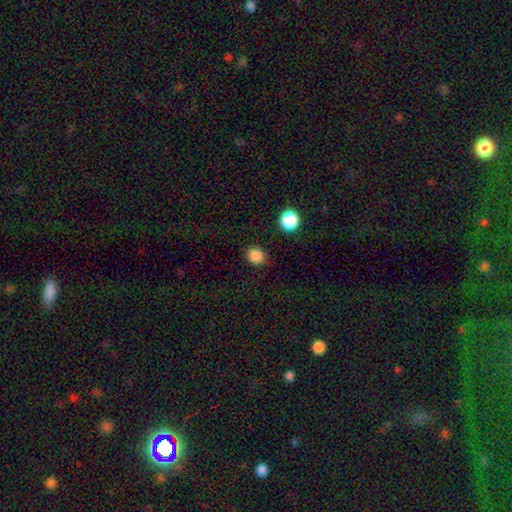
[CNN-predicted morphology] Smooth or featured? Predicted: smooth (p=0.85). How rounded? Predicted: round (p=0.82). Merging? Predicted: none (p=0.87).